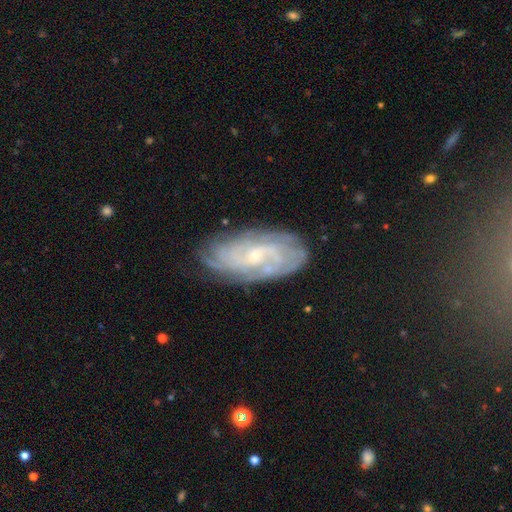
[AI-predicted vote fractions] Smooth or featured?
  - featured or disk: 82% *
  - smooth: 11%
  - star or artifact: 7%
Edge-on disk?
  - no: 93% *
  - yes: 7%
Bar?
  - no: 58% *
  - weak: 34%
  - strong: 7%
Spiral arms?
  - yes: 94% *
  - no: 6%
Spiral winding?
  - tight: 67% *
  - medium: 26%
  - loose: 7%
Spiral arm count?
  - can't tell: 43% *
  - 4: 17%
  - 2: 13%
  - 3: 12%
  - more than 4: 10%
  - 1: 6%
Bulge size?
  - small: 75% *
  - moderate: 21%
  - none: 2%
  - large: 1%
  - dominant: 1%
Merging?
  - none: 79% *
  - minor disturbance: 15%
  - major disturbance: 4%
  - merger: 1%